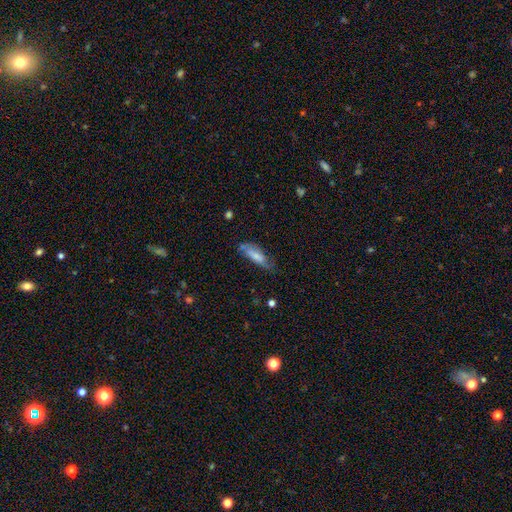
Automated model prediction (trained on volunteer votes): A smooth galaxy with no disk features (64%) that is in between round and cigar-shaped (57%). Merging: none (54%).